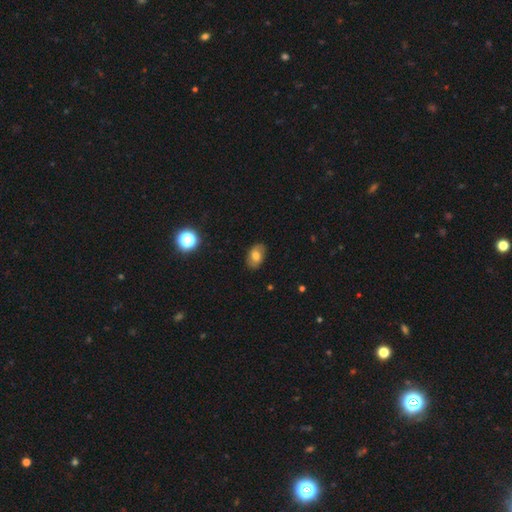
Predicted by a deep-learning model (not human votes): Q: Smooth or featured?
A: smooth (73%); runner-up: featured or disk (17%)
Q: How rounded?
A: in between (87%); runner-up: round (12%)
Q: Merging?
A: none (85%); runner-up: minor disturbance (12%)